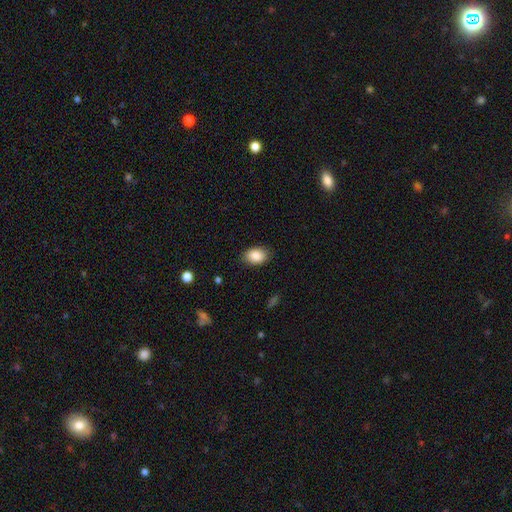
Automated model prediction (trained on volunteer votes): Overall: smooth (87%). How rounded: in between (80%). Merging: none (85%).